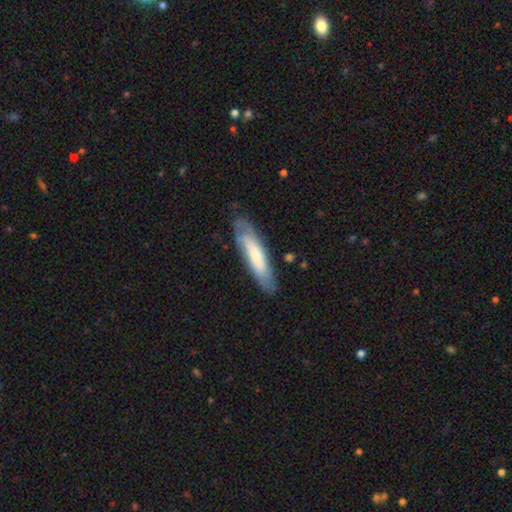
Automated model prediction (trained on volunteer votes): This is possibly a smooth galaxy (55%). How rounded: likely cigar-shaped (73%). Merging: likely none (73%).